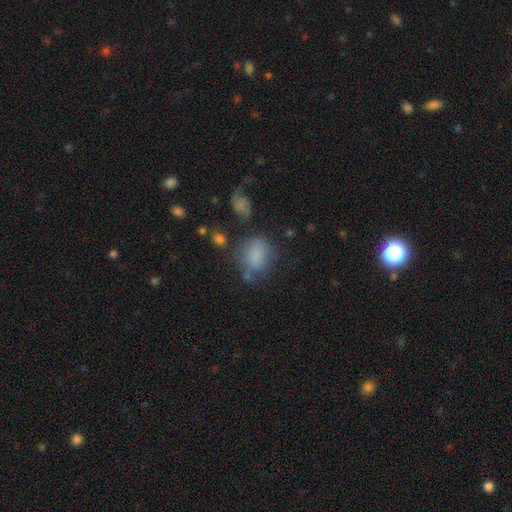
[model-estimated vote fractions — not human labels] Morphology: type=smooth (77%); roundness=in between (64%); merging=none (53%).